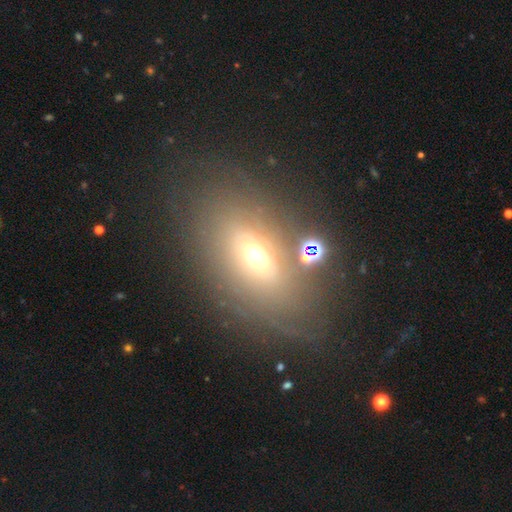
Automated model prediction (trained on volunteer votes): The model was most divided on "smooth or featured": smooth: 42%, featured or disk: 39%, star or artifact: 19%. More confident: merging — none (70%).